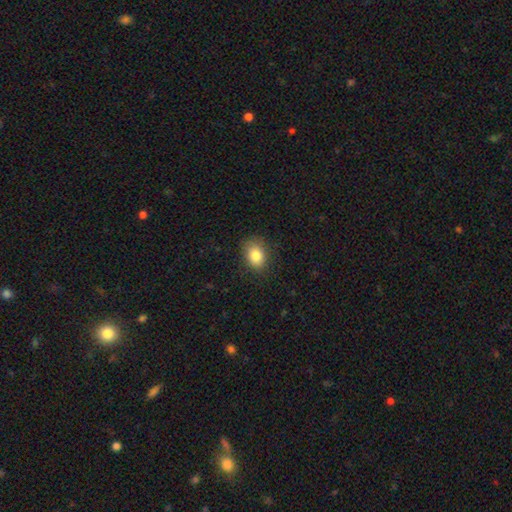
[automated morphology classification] Q: Smooth or featured?
A: smooth (84%); runner-up: star or artifact (9%)
Q: How rounded?
A: in between (71%); runner-up: round (28%)
Q: Merging?
A: none (82%); runner-up: minor disturbance (14%)